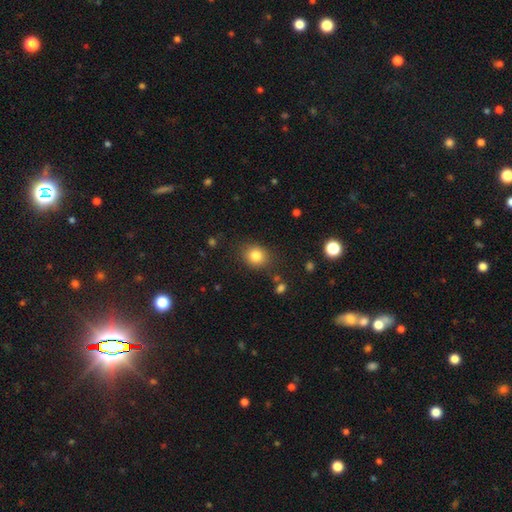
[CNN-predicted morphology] Smooth or featured: smooth — 82% (star or artifact — 11%)
How rounded: round — 67% (in between — 32%)
Merging: none — 83% (minor disturbance — 11%)